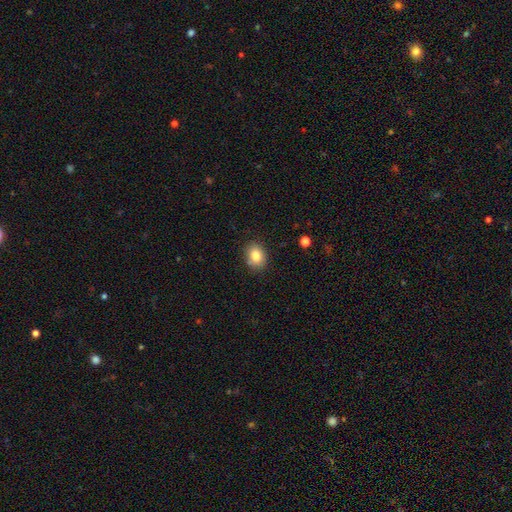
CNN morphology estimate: A smooth galaxy with no disk features (84%) that is in between round and cigar-shaped (59%). Merging: none (83%).